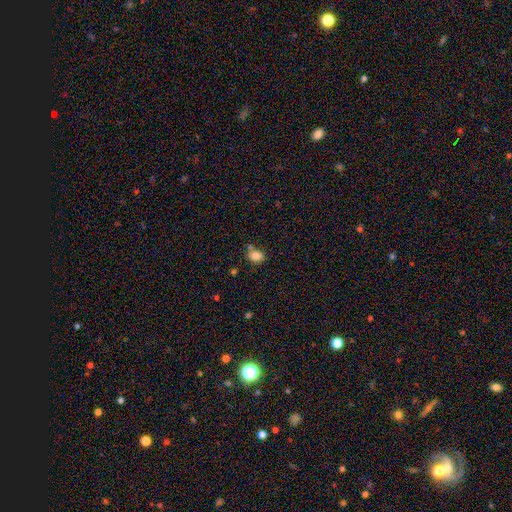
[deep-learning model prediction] Smooth or featured? Predicted: smooth (p=0.84). How rounded? Predicted: in between (p=0.63). Merging? Predicted: none (p=0.66).